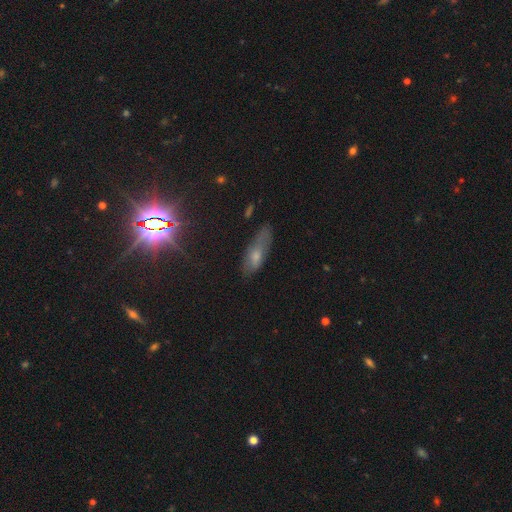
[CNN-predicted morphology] smooth-or-featured: smooth: 56% | featured or disk: 27% | star or artifact: 17%
  how-rounded: in between: 58% | cigar-shaped: 38% | round: 4%
  merging: none: 59% | minor disturbance: 28% | major disturbance: 11% | merger: 3%